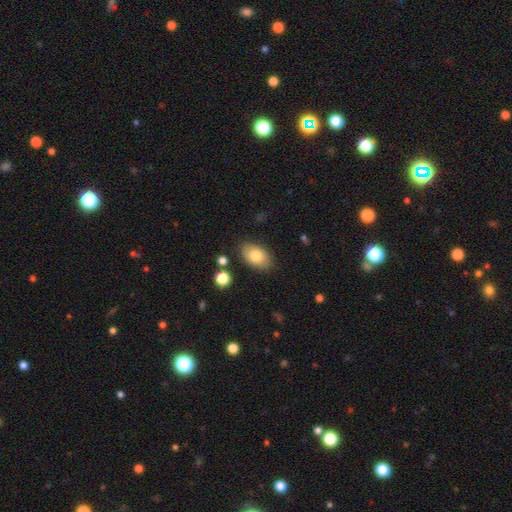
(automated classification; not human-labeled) smooth_or_featured: smooth (p=0.81) [alt: featured or disk p=0.12]
how_rounded: in between (p=0.89) [alt: round p=0.09]
merging: none (p=0.83) [alt: minor disturbance p=0.12]